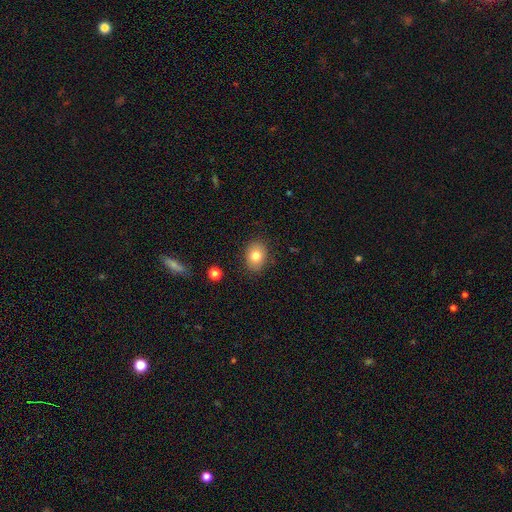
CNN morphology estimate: Q: Smooth or featured?
A: smooth (80%); runner-up: featured or disk (11%)
Q: How rounded?
A: in between (62%); runner-up: round (37%)
Q: Merging?
A: none (86%); runner-up: minor disturbance (10%)